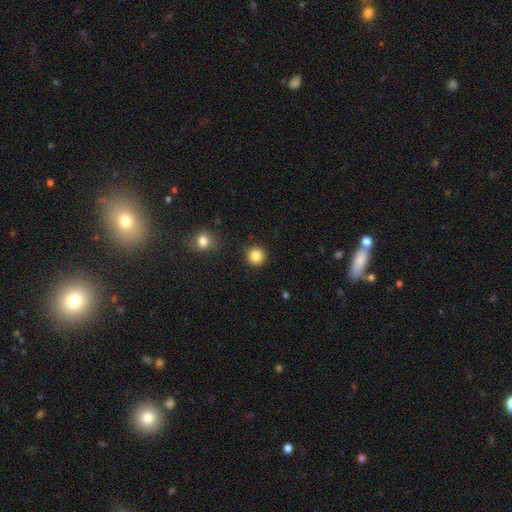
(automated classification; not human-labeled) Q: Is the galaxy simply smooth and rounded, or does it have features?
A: smooth — 85%.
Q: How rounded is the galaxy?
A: round — 94%.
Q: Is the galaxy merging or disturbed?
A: none — 90%.